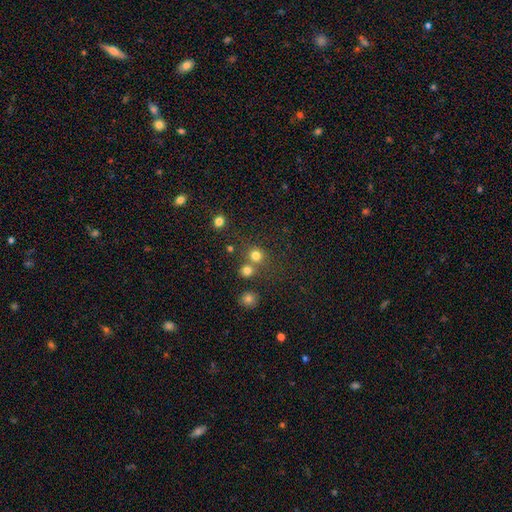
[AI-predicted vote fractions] smooth 76%, star or artifact 17%, featured or disk 7%. Down the decision tree: how rounded — round (88%); merging — none (61%).